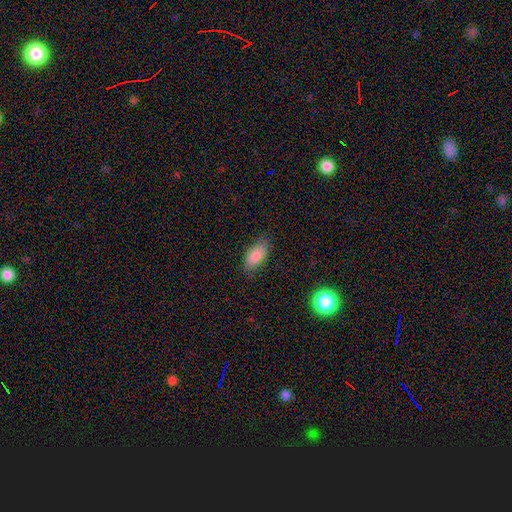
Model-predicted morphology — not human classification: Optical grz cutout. It shows a smooth galaxy with no disk features (85%) that is in between round and cigar-shaped (90%). Merging: none (79%).